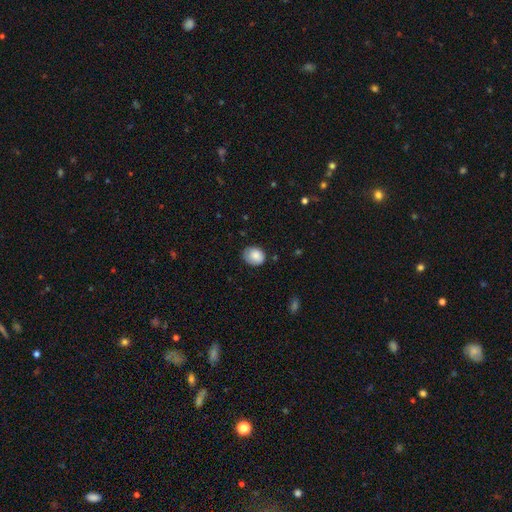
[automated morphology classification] Q: Smooth or featured?
A: smooth (84%); runner-up: featured or disk (8%)
Q: How rounded?
A: round (51%); runner-up: in between (49%)
Q: Merging?
A: none (68%); runner-up: minor disturbance (26%)